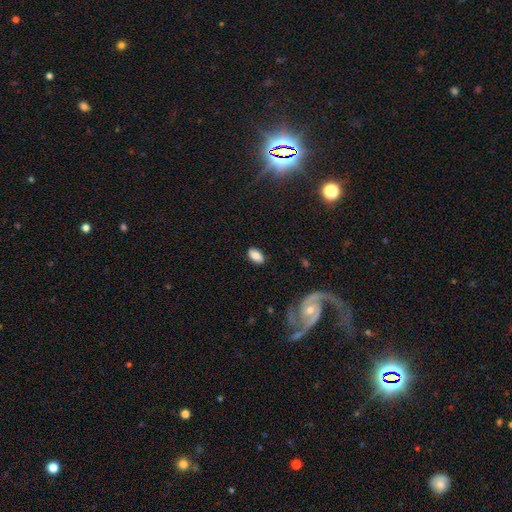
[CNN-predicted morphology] The model was most divided on "smooth or featured": smooth: 81%, featured or disk: 11%, star or artifact: 7%. More confident: how rounded — in between (93%); merging — none (83%).